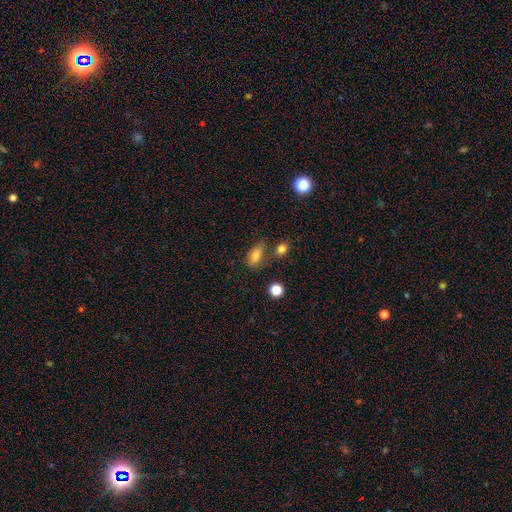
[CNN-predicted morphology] smooth 80%, star or artifact 10%, featured or disk 10%. Down the decision tree: how rounded — in between (81%); merging — none (61%).